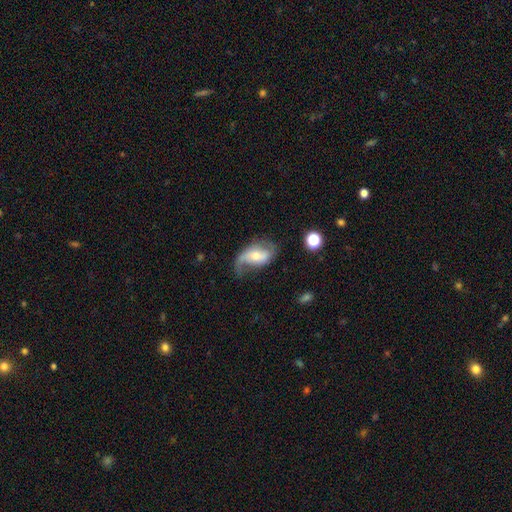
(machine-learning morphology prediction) This appears to be a featured or disk galaxy (66%) with no bar (43%), 2 (65%) loose (68%) spiral arms (84%) and a moderate central bulge (50%). Merging: none (41%).